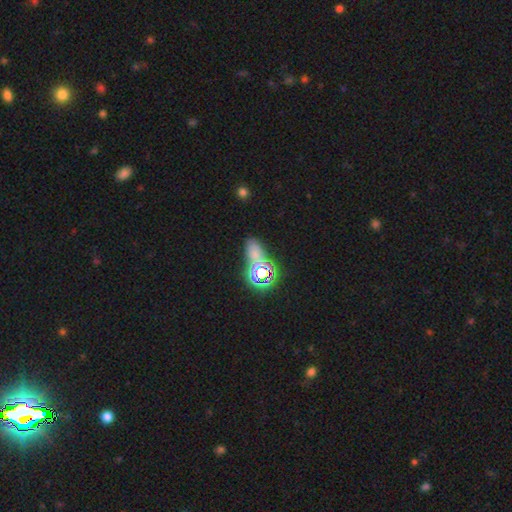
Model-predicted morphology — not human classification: Smooth or featured: smooth — 48% (star or artifact — 42%)
Merging: none — 58% (merger — 18%)